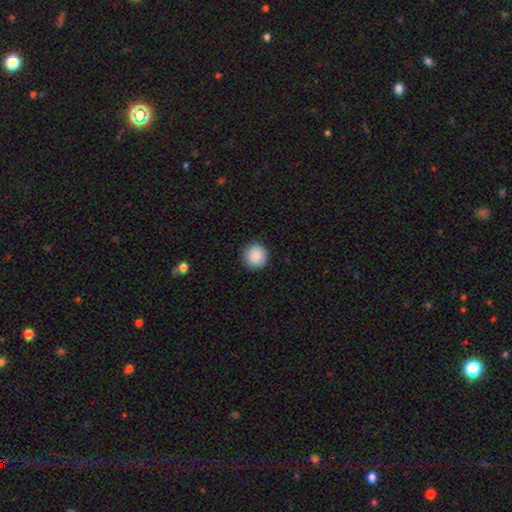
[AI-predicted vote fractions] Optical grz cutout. It shows a smooth galaxy with no disk features (89%) that is round (95%). Merging: none (92%).